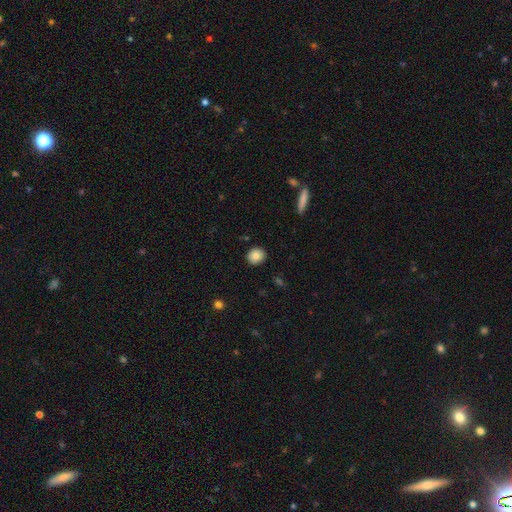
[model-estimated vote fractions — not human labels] Q: Smooth or featured?
A: smooth (86%); runner-up: star or artifact (8%)
Q: How rounded?
A: round (81%); runner-up: in between (17%)
Q: Merging?
A: none (90%); runner-up: minor disturbance (7%)